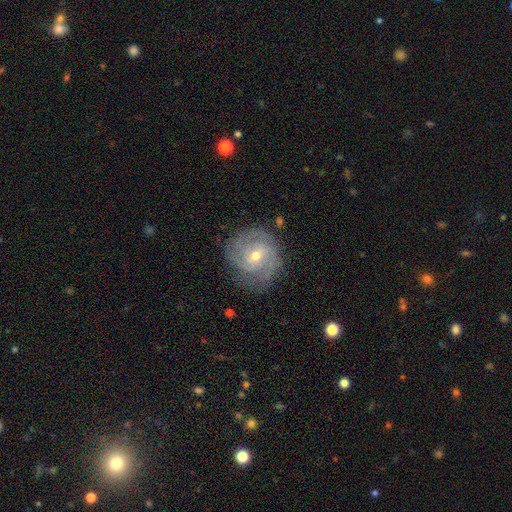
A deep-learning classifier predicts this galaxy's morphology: smooth-or-featured: featured or disk: 84% | smooth: 10% | star or artifact: 6%
  disk-edge-on: no: 97% | yes: 3%
    bar: weak: 46% | no: 43% | strong: 11%
    has-spiral-arms: yes: 95% | no: 5%
      spiral-winding: tight: 59% | medium: 33% | loose: 8%
      spiral-arm-count: 3: 30% | 2: 26% | can't tell: 25% | 4: 9% | 1: 5% | more than 4: 5%
    bulge-size: moderate: 50% | small: 47% | large: 1% | none: 1% | dominant: 1%
  merging: none: 76% | minor disturbance: 17% | major disturbance: 6% | merger: 1%